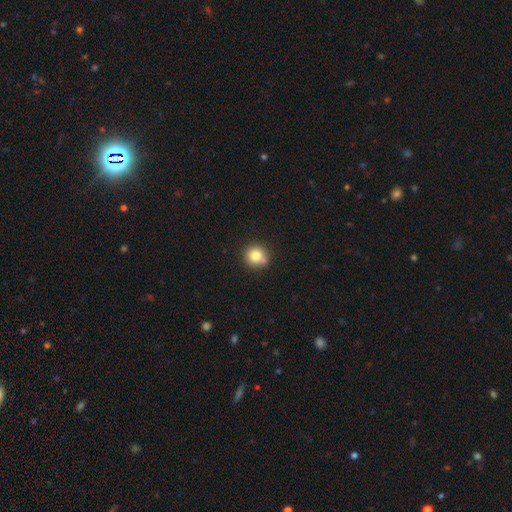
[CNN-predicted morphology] A smooth galaxy with no disk features (78%) that is round (90%). Merging: none (70%).